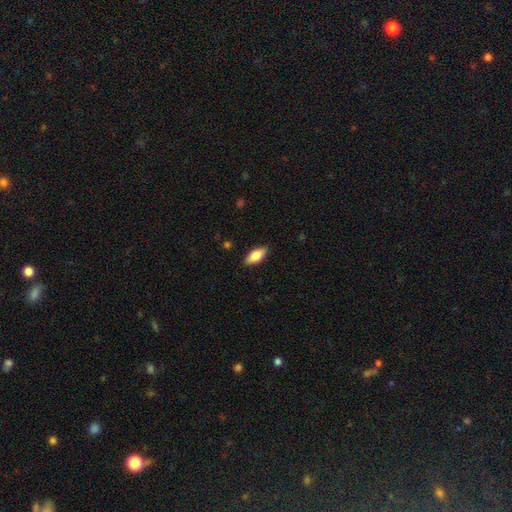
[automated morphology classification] The model was most divided on "smooth or featured": smooth: 79%, featured or disk: 15%, star or artifact: 6%. More confident: merging — none (88%); how rounded — in between (85%).